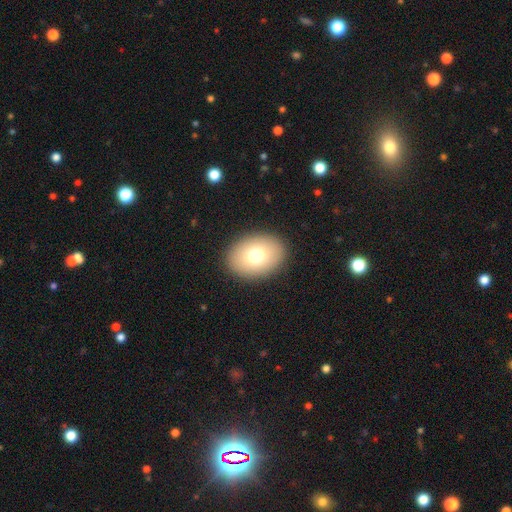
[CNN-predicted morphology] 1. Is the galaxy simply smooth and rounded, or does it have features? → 74% smooth, 16% featured or disk, 11% star or artifact.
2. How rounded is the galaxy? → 72% in between, 27% round, 1% cigar-shaped.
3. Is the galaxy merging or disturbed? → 90% none, 7% minor disturbance, 3% major disturbance, 1% merger.